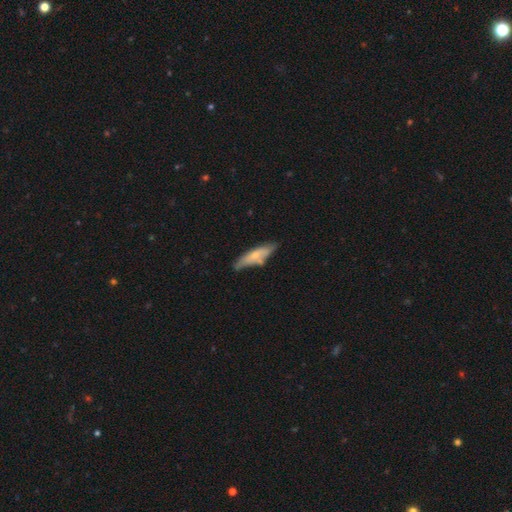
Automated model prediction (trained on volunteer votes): Smooth or featured?
  - smooth: 57% *
  - featured or disk: 37%
  - star or artifact: 6%
How rounded?
  - cigar-shaped: 64% *
  - in between: 34%
  - round: 2%
Merging?
  - none: 60% *
  - minor disturbance: 25%
  - merger: 9%
  - major disturbance: 6%